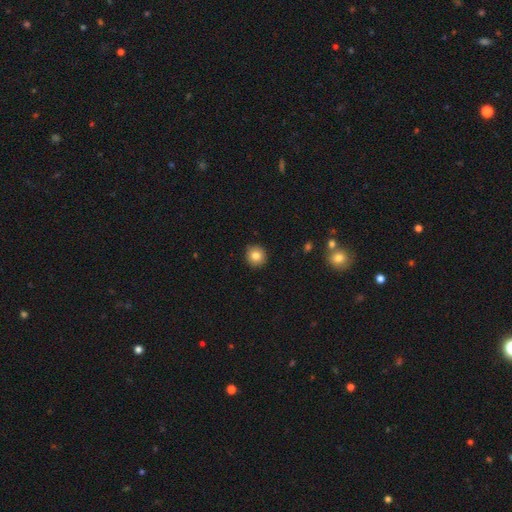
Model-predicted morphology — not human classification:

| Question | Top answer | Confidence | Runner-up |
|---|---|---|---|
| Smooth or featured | smooth | 82% | star or artifact (10%) |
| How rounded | round | 93% | in between (6%) |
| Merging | none | 92% | minor disturbance (6%) |